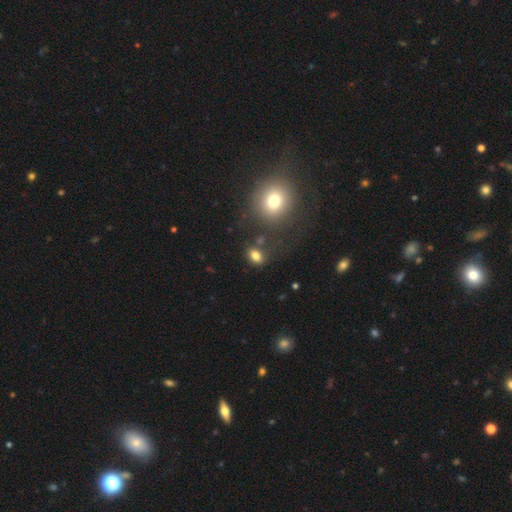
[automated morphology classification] Smooth or featured?
  - smooth: 78% *
  - star or artifact: 14%
  - featured or disk: 8%
How rounded?
  - in between: 72% *
  - round: 26%
  - cigar-shaped: 2%
Merging?
  - none: 69% *
  - minor disturbance: 15%
  - merger: 9%
  - major disturbance: 7%